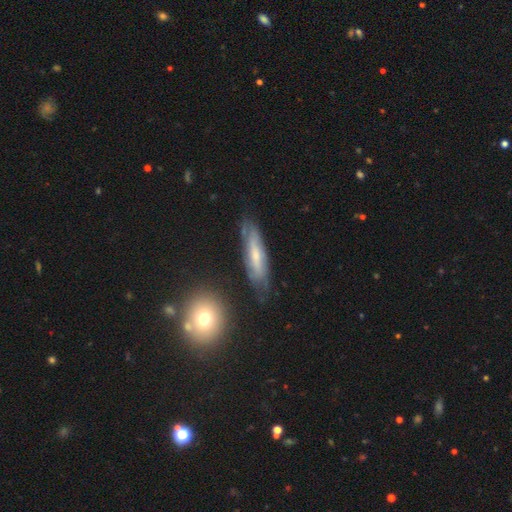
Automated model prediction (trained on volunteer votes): Overall: featured or disk (53%; smooth 40%). Edge-on disk: no (56%; yes 44%). Merging: none (70%).